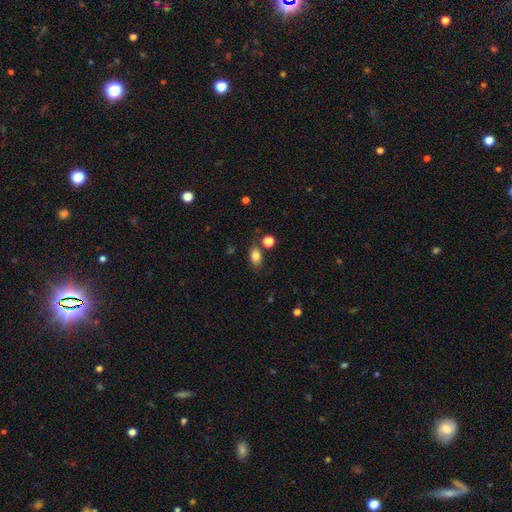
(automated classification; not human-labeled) Morphology: type=smooth (83%); roundness=in between (81%); merging=none (77%).